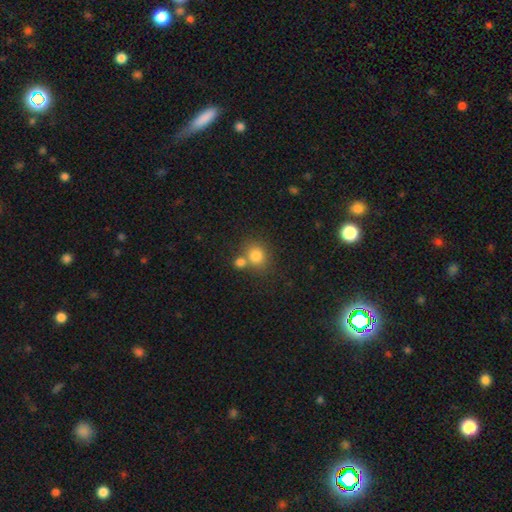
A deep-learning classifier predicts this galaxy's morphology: Smooth or featured?
  - smooth: 80% *
  - star or artifact: 12%
  - featured or disk: 8%
How rounded?
  - round: 77% *
  - in between: 23%
  - cigar-shaped: 1%
Merging?
  - none: 55% *
  - merger: 31%
  - minor disturbance: 10%
  - major disturbance: 4%